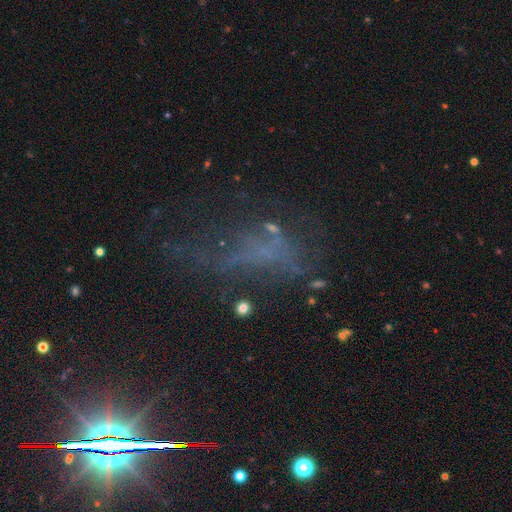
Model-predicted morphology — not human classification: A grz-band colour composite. It shows a star or artifact, not a galaxy (38%, tied with featured or disk).